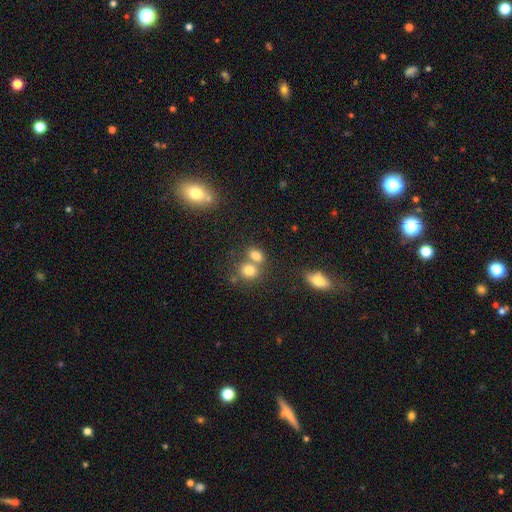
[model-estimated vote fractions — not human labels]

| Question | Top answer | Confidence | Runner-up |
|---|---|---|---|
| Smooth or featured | smooth | 78% | star or artifact (12%) |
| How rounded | in between | 60% | round (39%) |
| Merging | merger | 46% | none (41%) |